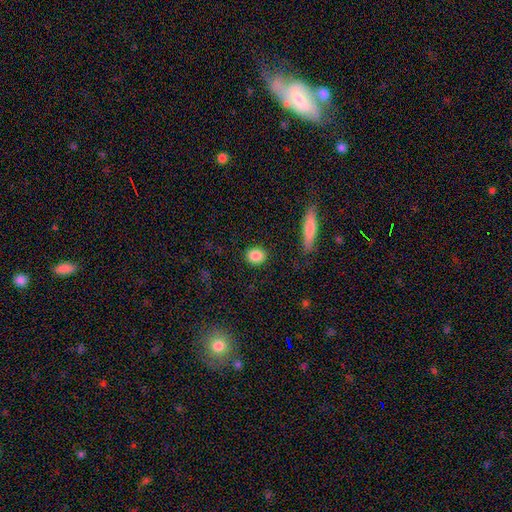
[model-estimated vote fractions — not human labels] smooth_or_featured: smooth (p=0.87) [alt: star or artifact p=0.08]
how_rounded: round (p=0.67) [alt: in between p=0.31]
merging: none (p=0.89) [alt: minor disturbance p=0.07]